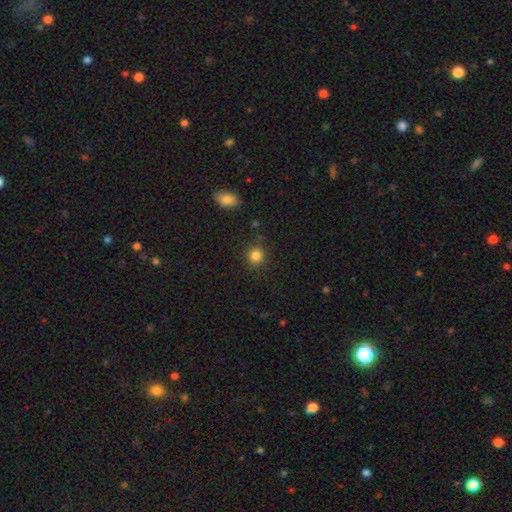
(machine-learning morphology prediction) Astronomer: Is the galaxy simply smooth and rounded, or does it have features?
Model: smooth — 84%.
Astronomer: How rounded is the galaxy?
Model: round — 88%.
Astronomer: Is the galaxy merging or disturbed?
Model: none — 86%.